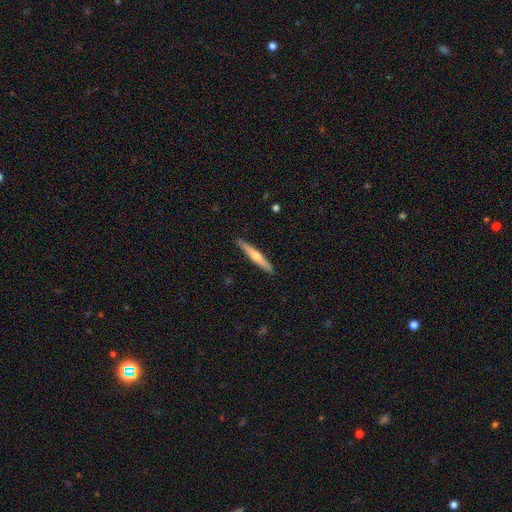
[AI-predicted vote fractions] smooth-or-featured: featured or disk: 56% | smooth: 39% | star or artifact: 5%
  disk-edge-on: yes: 97% | no: 3%
    edge-on-bulge: rounded: 82% | none: 14% | boxy: 4%
  merging: none: 91% | minor disturbance: 6% | major disturbance: 1% | merger: 1%